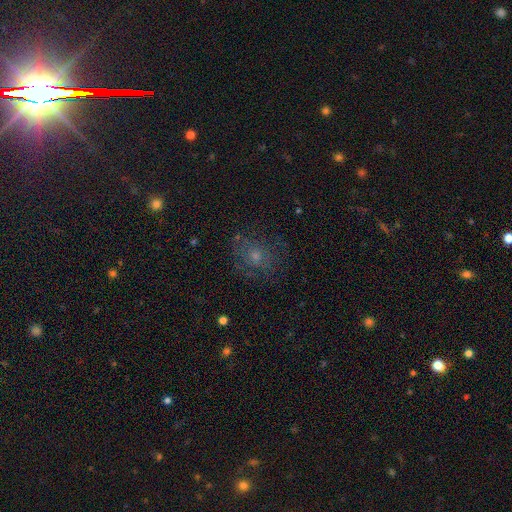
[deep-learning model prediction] A smooth galaxy with no disk features (44%).

Vote fractions:
- Smooth or featured? smooth: 44% / featured or disk: 31% / star or artifact: 24%
- Merging? none: 72% / minor disturbance: 16% / major disturbance: 10% / merger: 2%